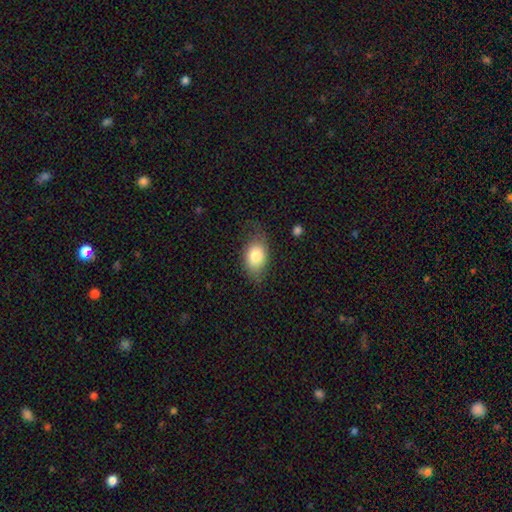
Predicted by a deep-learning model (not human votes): smooth-or-featured: smooth: 77% | featured or disk: 15% | star or artifact: 8%
  how-rounded: in between: 81% | round: 18% | cigar-shaped: 2%
  merging: none: 61% | minor disturbance: 26% | major disturbance: 11% | merger: 2%